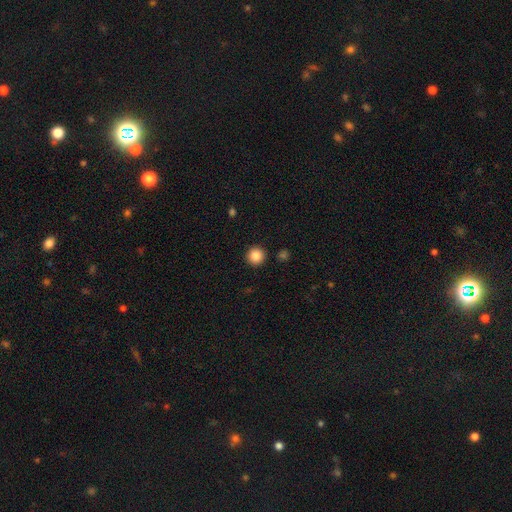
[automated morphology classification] The model was most divided on "smooth or featured": smooth: 86%, star or artifact: 10%, featured or disk: 4%. More confident: how rounded — round (95%); merging — none (92%).